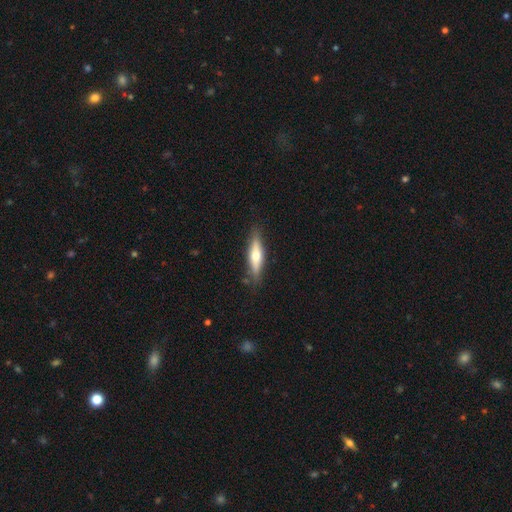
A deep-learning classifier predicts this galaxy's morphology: smooth-or-featured: featured or disk: 48% | smooth: 47% | star or artifact: 6%
  merging: none: 83% | minor disturbance: 12% | major disturbance: 3% | merger: 2%